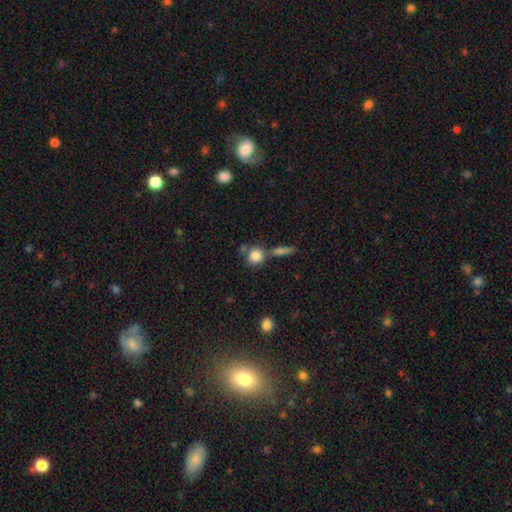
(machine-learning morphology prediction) Smooth or featured? Predicted: smooth (p=0.84). How rounded? Predicted: round (p=0.85). Merging? Predicted: none (p=0.61).